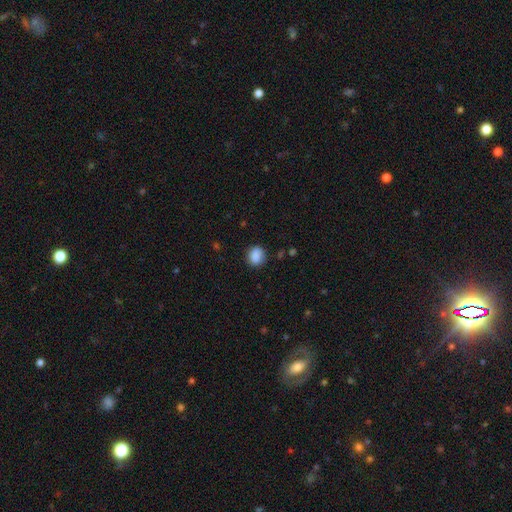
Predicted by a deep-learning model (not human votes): smooth-or-featured: smooth: 86% | star or artifact: 9% | featured or disk: 5%
  how-rounded: round: 73% | in between: 26% | cigar-shaped: 1%
  merging: none: 80% | minor disturbance: 14% | major disturbance: 4% | merger: 2%